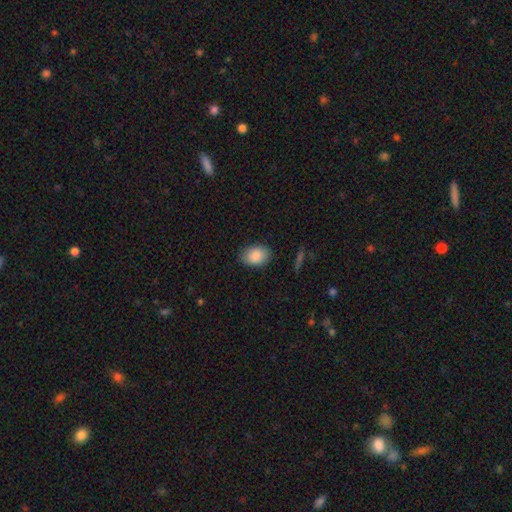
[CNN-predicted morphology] Smooth or featured?
  - smooth: 88% *
  - star or artifact: 7%
  - featured or disk: 5%
How rounded?
  - in between: 77% *
  - round: 22%
  - cigar-shaped: 1%
Merging?
  - none: 84% *
  - minor disturbance: 12%
  - major disturbance: 3%
  - merger: 1%